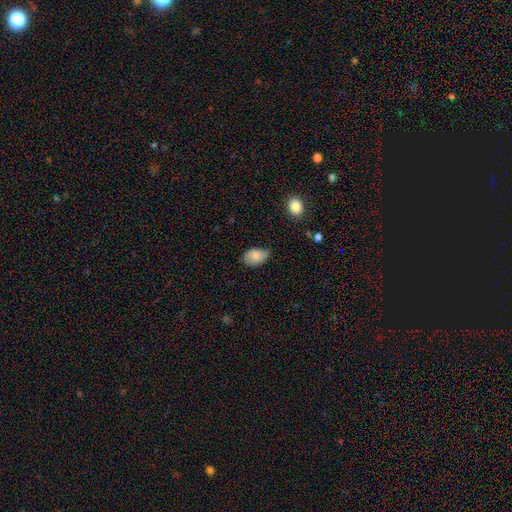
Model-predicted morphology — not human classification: type=smooth (82%); roundness=in between (87%); merging=none (50%).